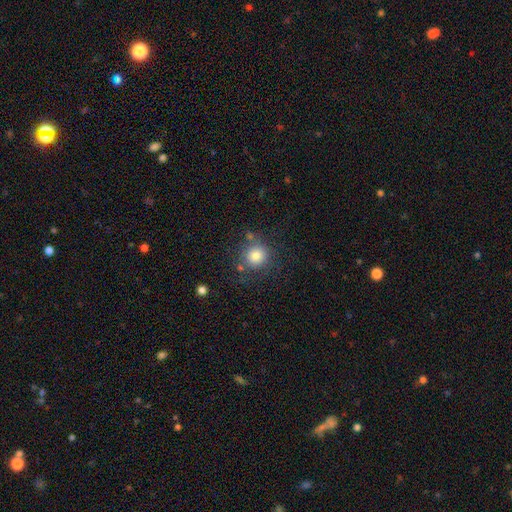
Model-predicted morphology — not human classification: Smooth or featured?
  - smooth: 81% *
  - star or artifact: 11%
  - featured or disk: 8%
How rounded?
  - round: 91% *
  - in between: 8%
  - cigar-shaped: 1%
Merging?
  - none: 76% *
  - minor disturbance: 12%
  - merger: 7%
  - major disturbance: 5%